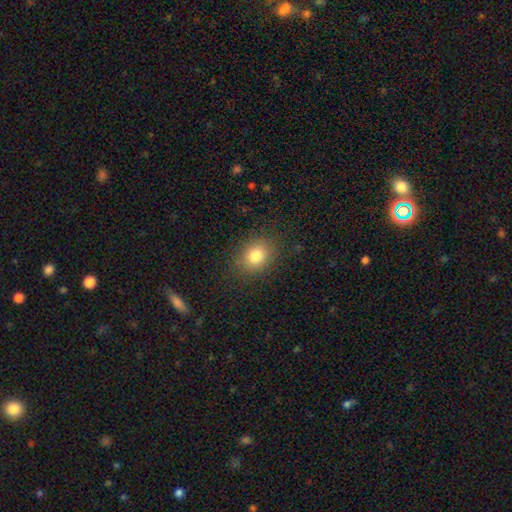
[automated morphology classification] This appears to be a smooth galaxy with no disk features (80%) that is in between round and cigar-shaped (51%). Merging: none (85%).